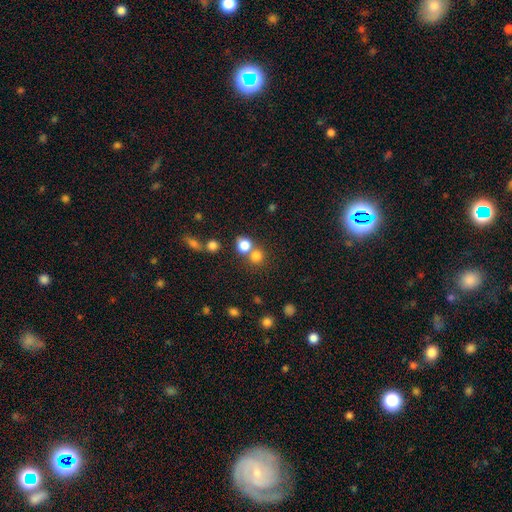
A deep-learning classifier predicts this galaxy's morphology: smooth 77%, star or artifact 15%, featured or disk 8%. Down the decision tree: how rounded — round (87%); merging — none (55%).